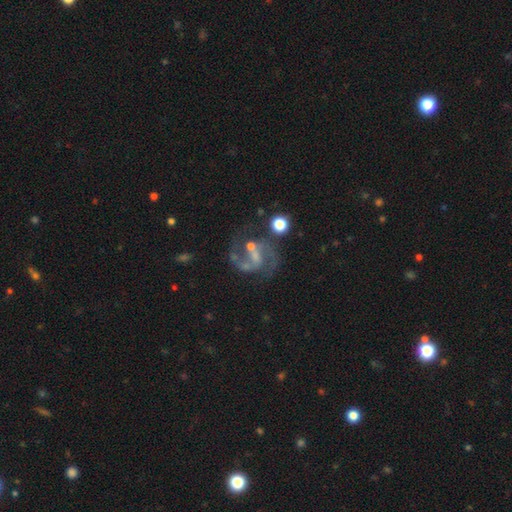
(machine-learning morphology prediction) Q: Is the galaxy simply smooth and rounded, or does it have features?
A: featured or disk — 83%.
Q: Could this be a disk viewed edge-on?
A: no — 98%.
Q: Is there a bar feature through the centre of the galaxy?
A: weak — 49%.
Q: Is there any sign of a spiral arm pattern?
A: yes — 94%.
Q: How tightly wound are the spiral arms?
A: medium — 51%.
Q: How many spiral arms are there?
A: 2 — 86%.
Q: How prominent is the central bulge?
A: small — 47%.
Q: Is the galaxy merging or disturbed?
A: none — 53%.